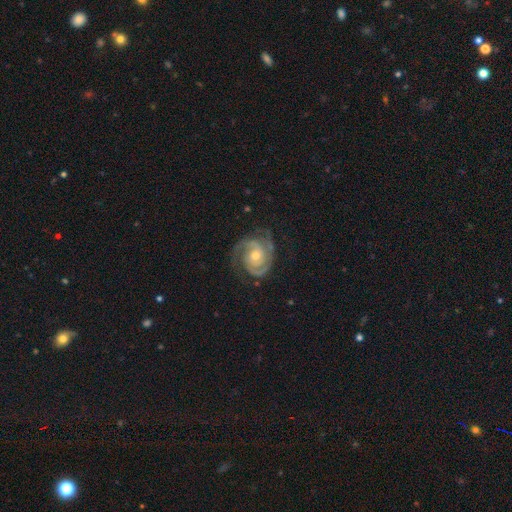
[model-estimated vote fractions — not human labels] smooth-or-featured: featured or disk: 93% | star or artifact: 4% | smooth: 4%
  disk-edge-on: no: 98% | yes: 2%
    bar: no: 70% | weak: 24% | strong: 6%
    has-spiral-arms: yes: 98% | no: 2%
      spiral-winding: tight: 60% | medium: 35% | loose: 5%
      spiral-arm-count: 2: 80% | 3: 10% | can't tell: 4% | 1: 2% | 4: 2% | more than 4: 2%
    bulge-size: moderate: 57% | small: 39% | large: 2% | none: 1% | dominant: 1%
  merging: none: 76% | minor disturbance: 17% | major disturbance: 6% | merger: 1%